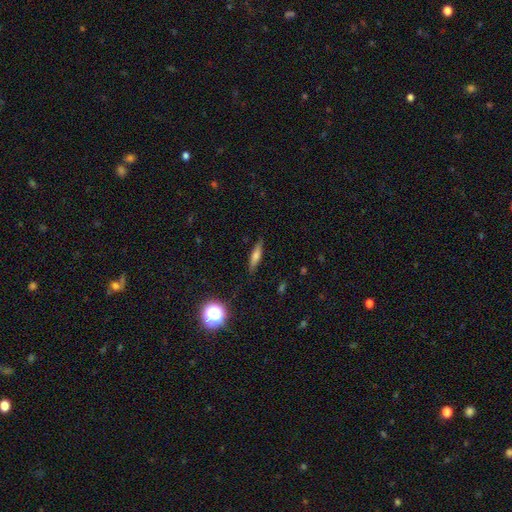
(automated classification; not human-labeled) smooth 61%, featured or disk 29%, star or artifact 10%. Down the decision tree: how rounded — cigar-shaped (74%); merging — none (84%).